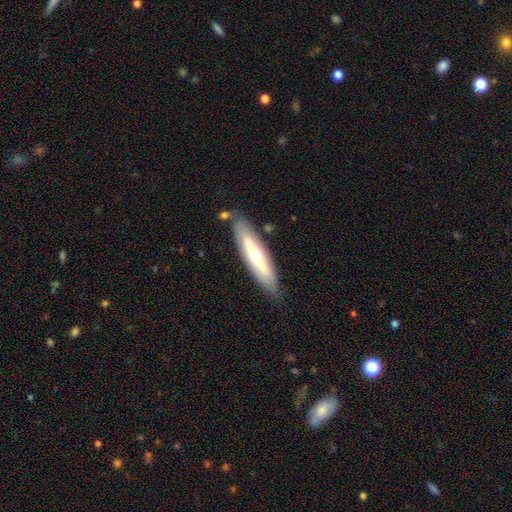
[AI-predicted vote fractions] The model was most divided on "smooth or featured": featured or disk: 49%, smooth: 45%, star or artifact: 6%. More confident: merging — none (78%).